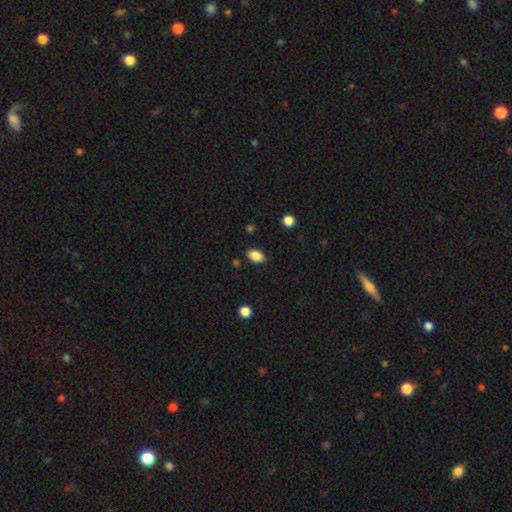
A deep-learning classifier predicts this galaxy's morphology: Smooth or featured?
  - smooth: 87% *
  - star or artifact: 9%
  - featured or disk: 4%
How rounded?
  - in between: 90% *
  - round: 9%
  - cigar-shaped: 2%
Merging?
  - none: 86% *
  - minor disturbance: 10%
  - major disturbance: 2%
  - merger: 2%